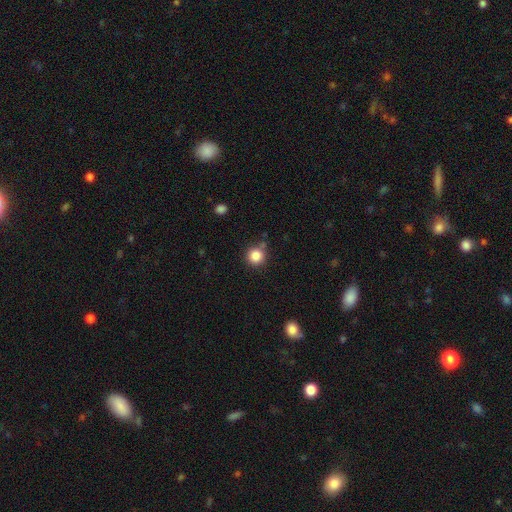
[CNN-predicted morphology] smooth 85%, star or artifact 11%, featured or disk 4%. Down the decision tree: how rounded — round (94%); merging — none (76%).